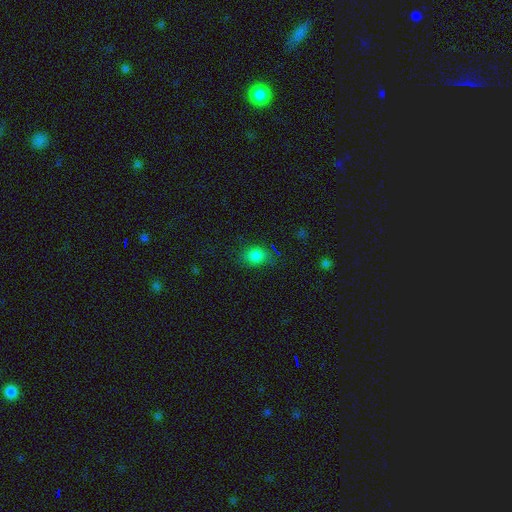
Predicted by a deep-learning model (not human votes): This appears to be a smooth galaxy with no disk features (80%) that is in between round and cigar-shaped (54%). Merging: none (74%).